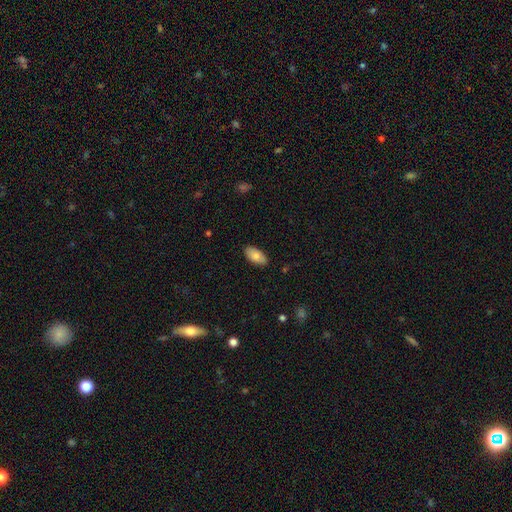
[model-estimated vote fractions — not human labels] A smooth galaxy with no disk features (82%) that is in between round and cigar-shaped (94%). Merging: none (86%).